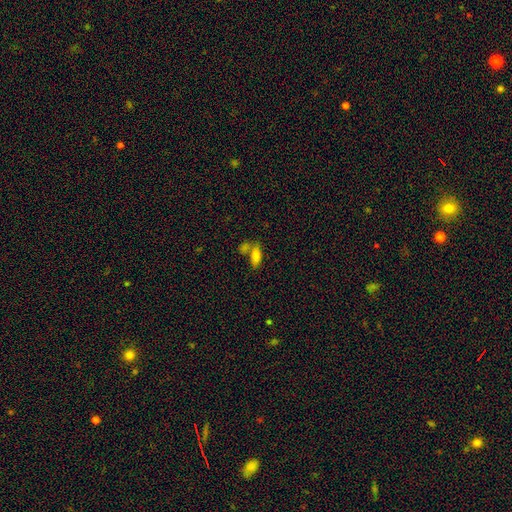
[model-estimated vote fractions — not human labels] Q: Smooth or featured?
A: smooth (78%); runner-up: star or artifact (11%)
Q: How rounded?
A: in between (80%); runner-up: cigar-shaped (16%)
Q: Merging?
A: none (42%); runner-up: merger (41%)